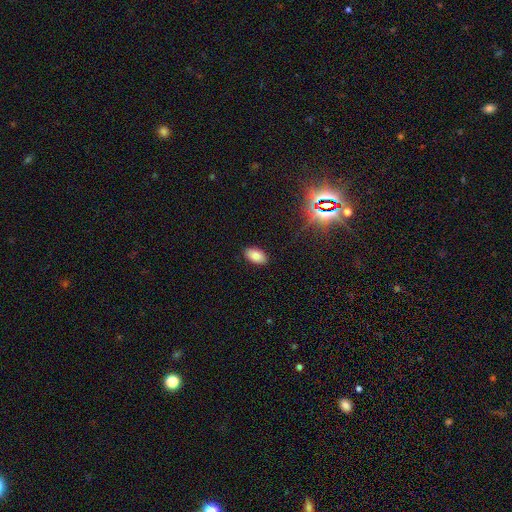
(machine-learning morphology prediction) This appears to be a smooth galaxy with no disk features (84%) that is in between round and cigar-shaped (94%). Merging: none (88%).